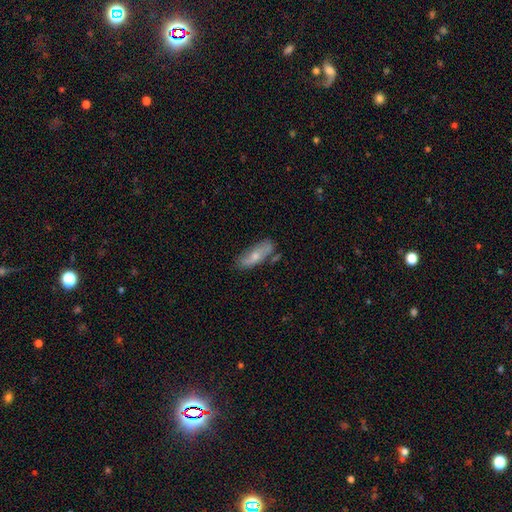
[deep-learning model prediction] A smooth galaxy with no disk features (58%) that is in between round and cigar-shaped (61%). Merging: none (66%).